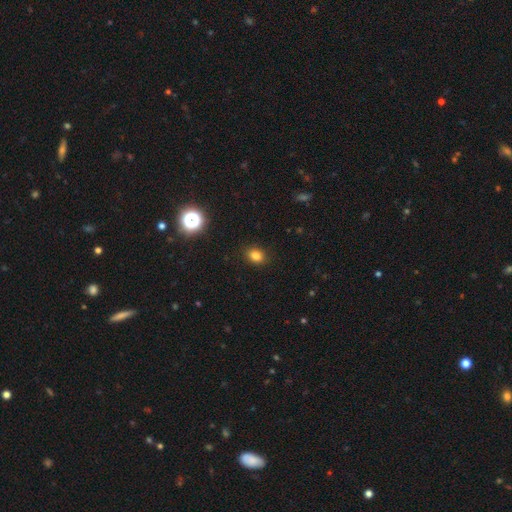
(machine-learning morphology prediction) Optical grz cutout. It shows a smooth galaxy with no disk features (81%) that is in between round and cigar-shaped (54%). Merging: none (88%).